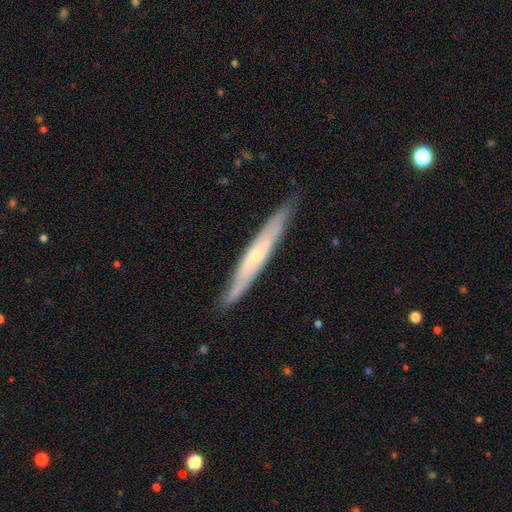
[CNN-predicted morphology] A featured or disk galaxy (63%) viewed edge-on (82%) with no central bulge (54%). Merging: none (84%).